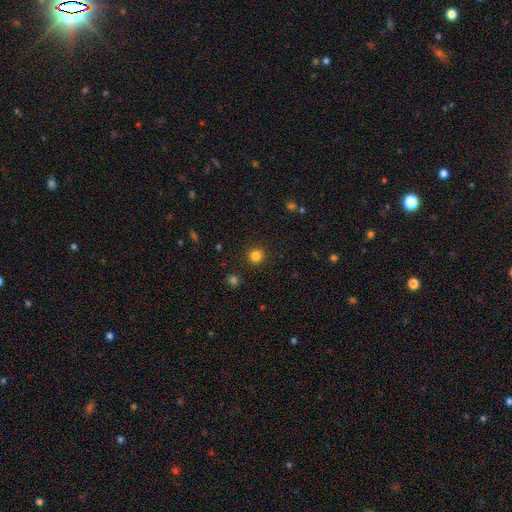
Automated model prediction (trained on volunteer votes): Morphology: type=smooth (82%); roundness=round (94%); merging=none (92%).